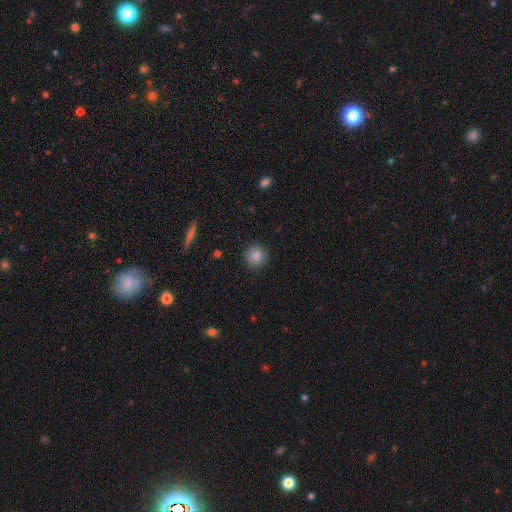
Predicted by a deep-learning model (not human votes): Smooth or featured? smooth (86%)
How rounded? round (94%)
Merging? none (91%)